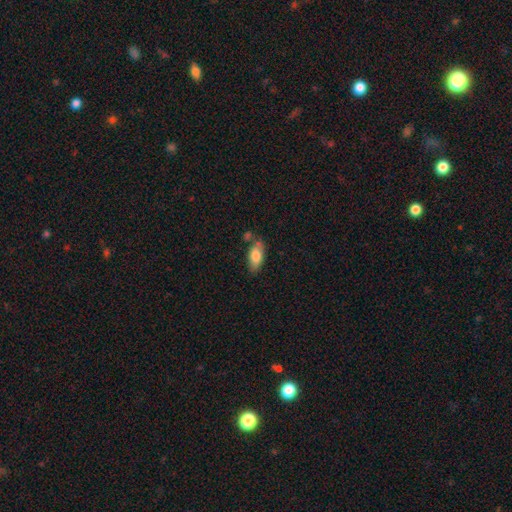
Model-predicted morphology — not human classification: Overall: smooth (80%). How rounded: in between (87%). Merging: none (61%; minor disturbance 21%).